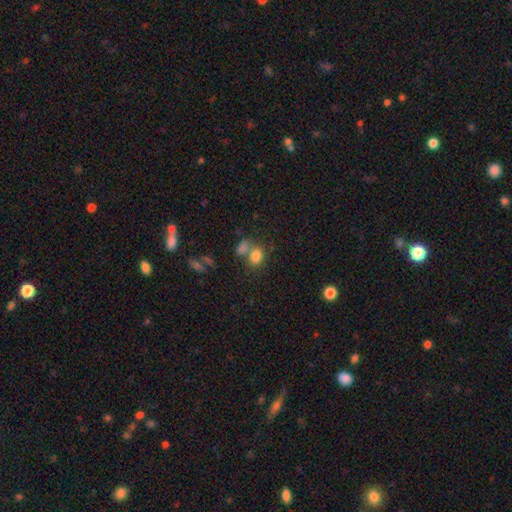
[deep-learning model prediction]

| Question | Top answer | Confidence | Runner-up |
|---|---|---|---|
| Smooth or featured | smooth | 80% | star or artifact (11%) |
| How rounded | in between | 56% | round (43%) |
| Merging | none | 47% | merger (36%) |